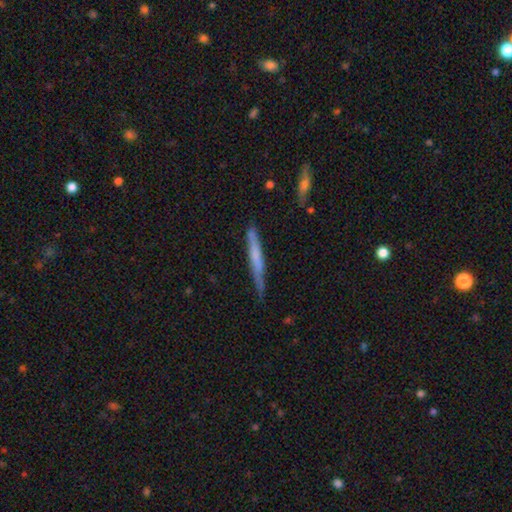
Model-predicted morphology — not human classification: This is possibly a smooth galaxy (52%). How rounded: clearly cigar-shaped (96%). Merging: likely none (74%).